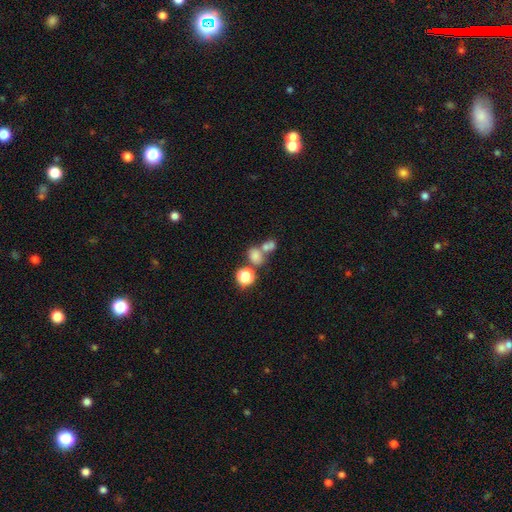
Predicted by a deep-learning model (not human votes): Smooth or featured? smooth (71%)
How rounded? round (55%)
Merging? merger (51%)